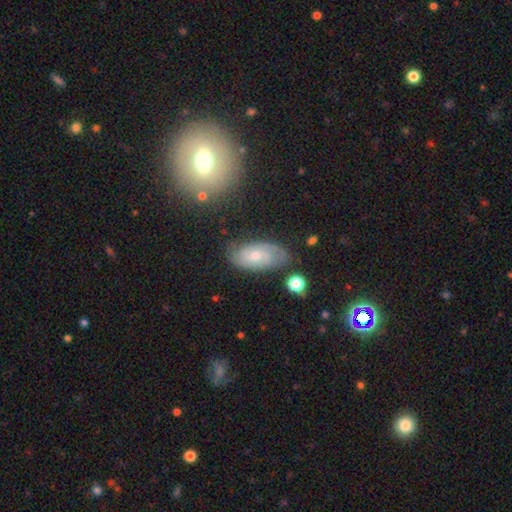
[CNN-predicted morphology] smooth-or-featured: featured or disk: 65% | smooth: 27% | star or artifact: 8%
  disk-edge-on: no: 94% | yes: 6%
    bar: no: 60% | weak: 35% | strong: 5%
    has-spiral-arms: yes: 89% | no: 11%
      spiral-winding: tight: 54% | medium: 35% | loose: 11%
      spiral-arm-count: 2: 54% | can't tell: 29% | 3: 8% | 1: 4% | 4: 3% | more than 4: 2%
    bulge-size: moderate: 50% | small: 44% | large: 3% | none: 2% | dominant: 1%
  merging: none: 73% | minor disturbance: 19% | major disturbance: 5% | merger: 3%